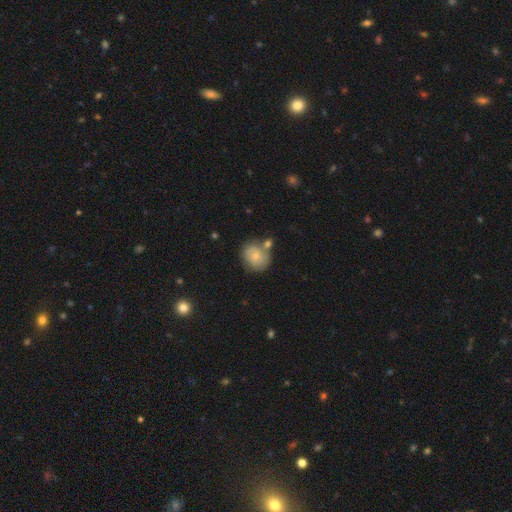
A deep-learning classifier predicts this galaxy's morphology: The model was most divided on "merging": none: 57%, minor disturbance: 19%, merger: 17%, major disturbance: 6%. More confident: how rounded — round (69%); smooth or featured — smooth (66%).